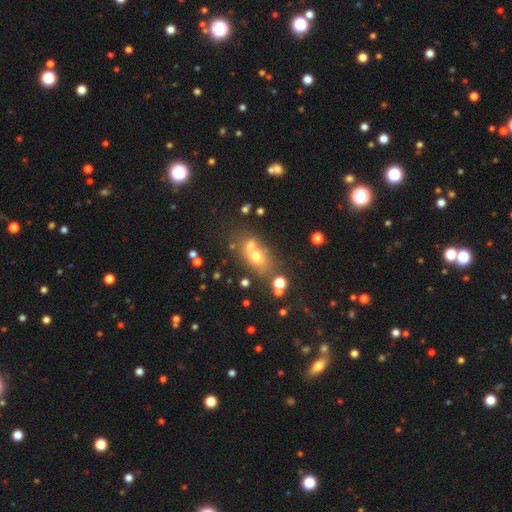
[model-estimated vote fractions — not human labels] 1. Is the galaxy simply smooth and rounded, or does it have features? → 59% smooth, 22% featured or disk, 19% star or artifact.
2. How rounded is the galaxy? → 55% in between, 39% round, 6% cigar-shaped.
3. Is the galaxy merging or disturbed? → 44% none, 37% merger, 12% minor disturbance, 7% major disturbance.